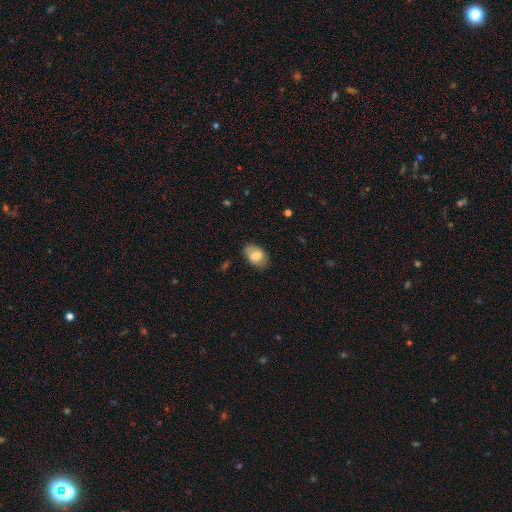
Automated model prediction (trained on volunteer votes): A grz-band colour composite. It shows a smooth galaxy with no disk features (74%) that is in between round and cigar-shaped (87%). Merging: none (78%).